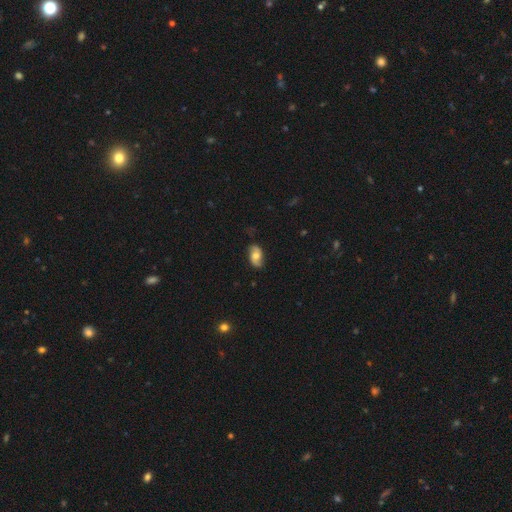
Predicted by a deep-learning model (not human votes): featured or disk 52%, smooth 40%, star or artifact 8%. Down the decision tree: edge-on disk — no (94%); merging — none (78%).